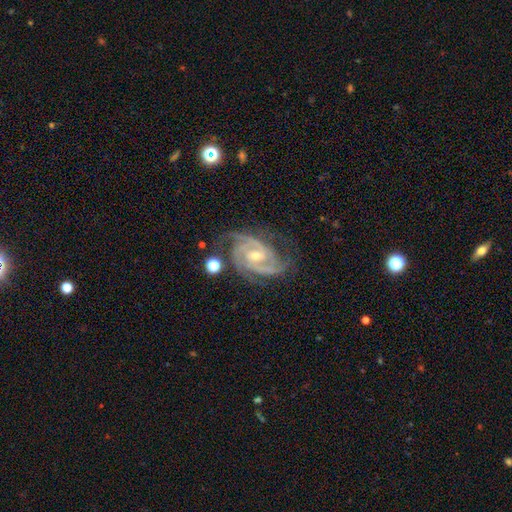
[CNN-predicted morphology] The model was most divided on "spiral arm count": 3: 40%, 2: 36%, 4: 9%, can't tell: 7%, more than 4: 4%, 1: 4%. Remaining: spiral arms — yes (99%); edge-on disk — no (98%); smooth or featured — featured or disk (92%); merging — none (71%); spiral winding — tight (60%); bulge size — small (52%); bar — weak (45%).